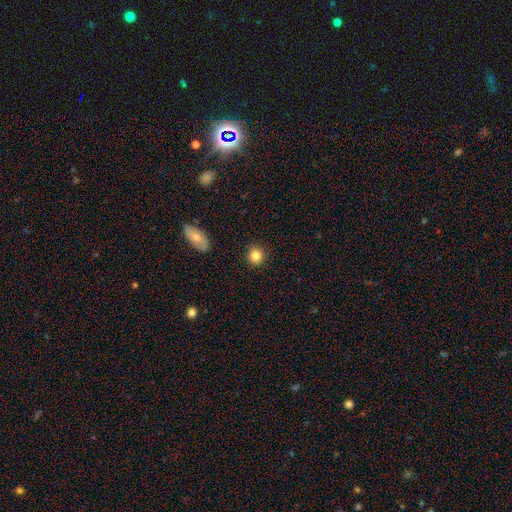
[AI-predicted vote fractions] smooth 85%, star or artifact 9%, featured or disk 6%. Down the decision tree: how rounded — round (90%); merging — none (91%).